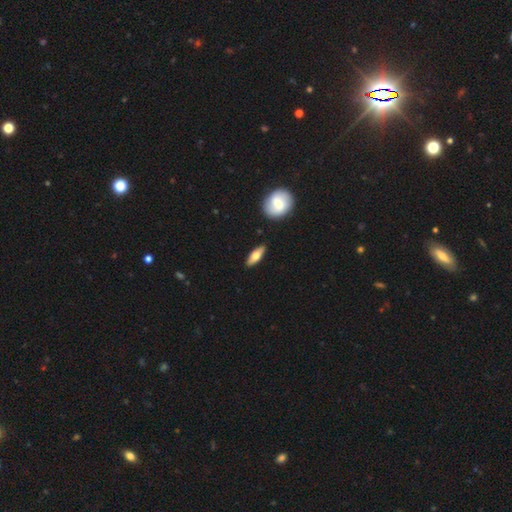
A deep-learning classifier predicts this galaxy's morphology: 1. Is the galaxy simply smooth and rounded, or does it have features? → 55% smooth, 40% featured or disk, 6% star or artifact.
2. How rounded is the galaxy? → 57% in between, 39% cigar-shaped, 4% round.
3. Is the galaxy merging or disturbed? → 88% none, 9% minor disturbance, 2% merger, 2% major disturbance.